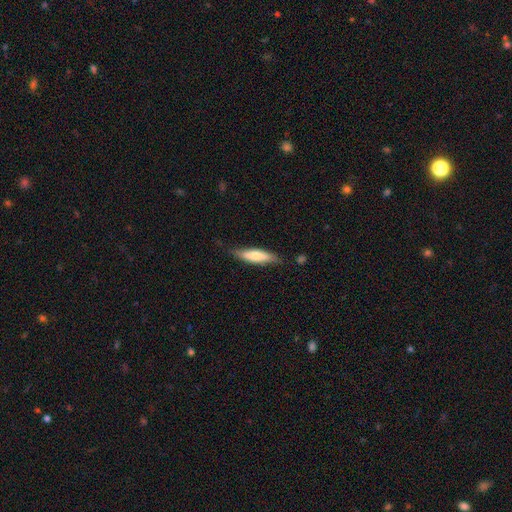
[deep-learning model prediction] A smooth galaxy with no disk features (67%) that is cigar-shaped (67%). Merging: none (77%).